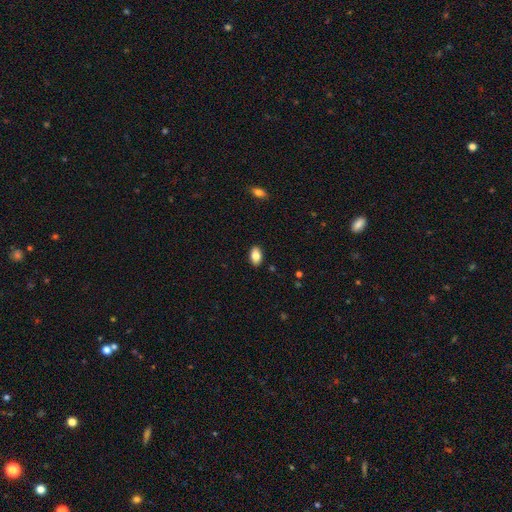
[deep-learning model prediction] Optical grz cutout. It shows a smooth galaxy with no disk features (83%) that is in between round and cigar-shaped (92%). Merging: none (89%).